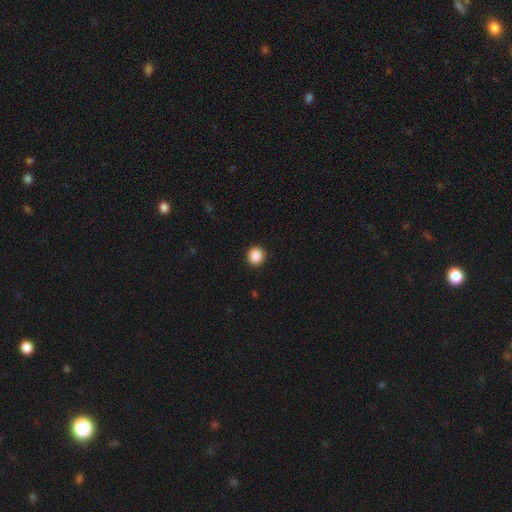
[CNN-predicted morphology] type=smooth (89%); roundness=round (93%); merging=none (92%).